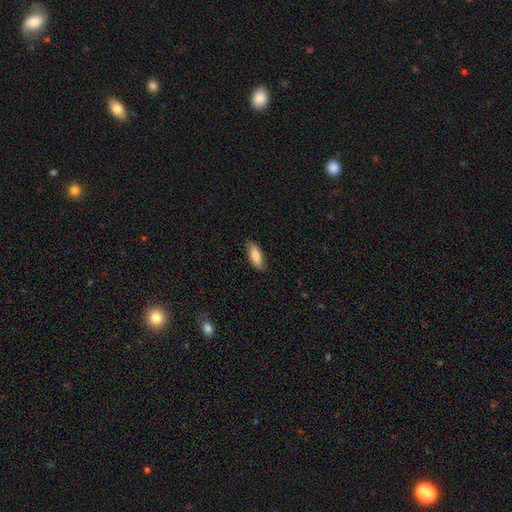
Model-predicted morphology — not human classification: smooth-or-featured: smooth: 81% | featured or disk: 13% | star or artifact: 6%
  how-rounded: in between: 71% | cigar-shaped: 27% | round: 2%
  merging: none: 80% | minor disturbance: 17% | major disturbance: 3% | merger: 1%